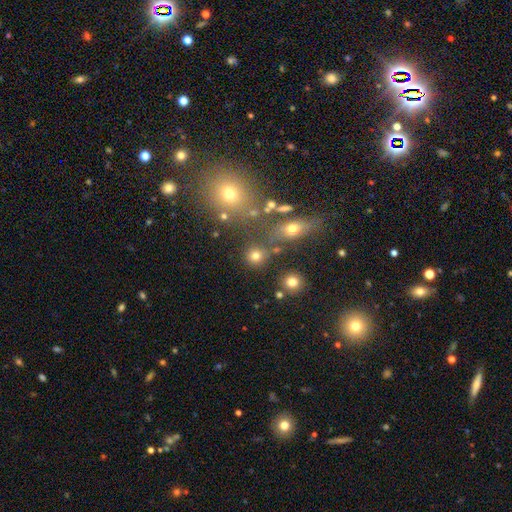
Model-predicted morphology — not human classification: type=smooth (74%); roundness=round (88%); merging=none (76%).